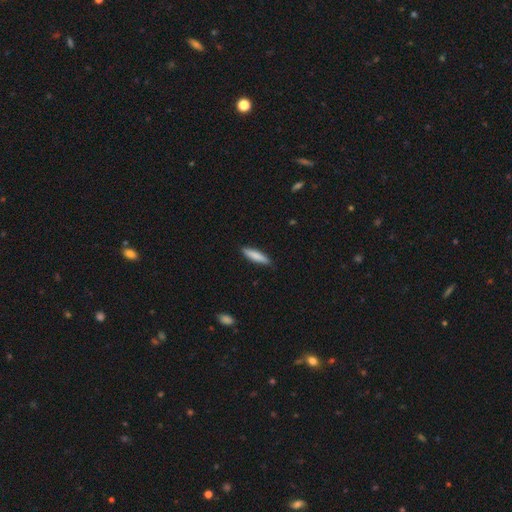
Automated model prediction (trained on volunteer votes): This is clearly a smooth galaxy (80%). How rounded: clearly cigar-shaped (81%). Merging: clearly none (88%).